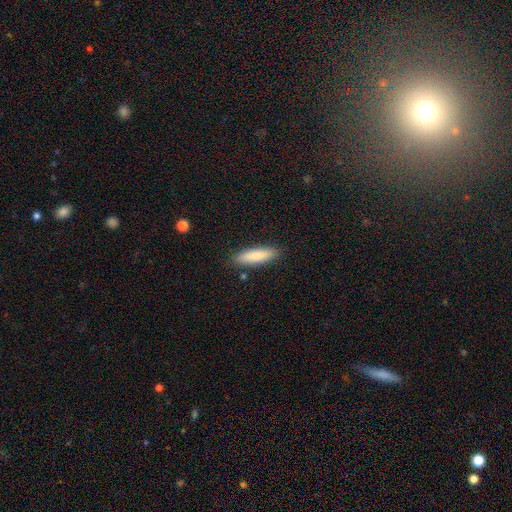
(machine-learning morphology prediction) This is clearly a smooth galaxy (85%). How rounded: likely cigar-shaped (67%). Merging: clearly none (87%).